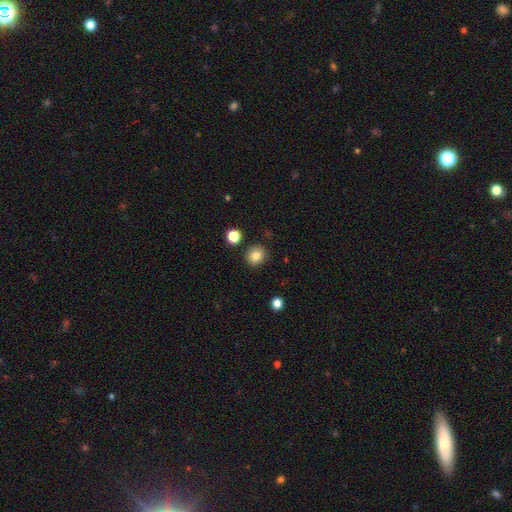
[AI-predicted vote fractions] smooth 84%, star or artifact 11%, featured or disk 6%. Down the decision tree: how rounded — round (87%); merging — none (88%).